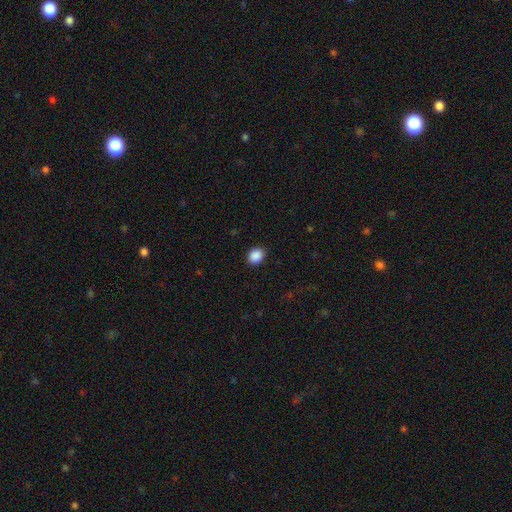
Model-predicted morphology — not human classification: Smooth or featured?
  - smooth: 89% *
  - star or artifact: 9%
  - featured or disk: 2%
How rounded?
  - round: 55% *
  - in between: 44%
  - cigar-shaped: 1%
Merging?
  - none: 90% *
  - minor disturbance: 7%
  - major disturbance: 2%
  - merger: 1%